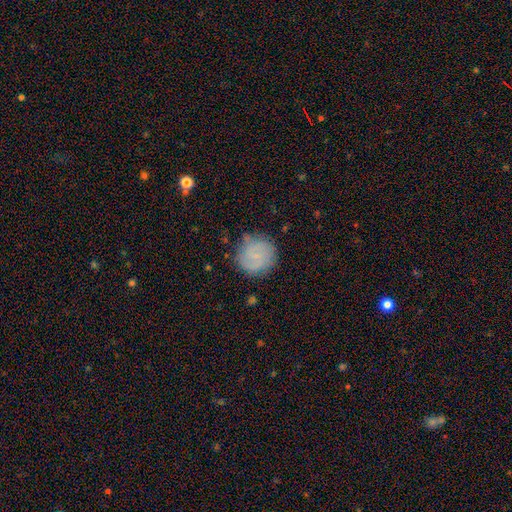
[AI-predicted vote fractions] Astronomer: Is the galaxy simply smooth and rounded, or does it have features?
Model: smooth — 53% (runner-up: featured or disk, 39%).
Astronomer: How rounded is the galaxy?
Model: round — 92%.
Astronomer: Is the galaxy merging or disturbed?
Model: none — 79%.